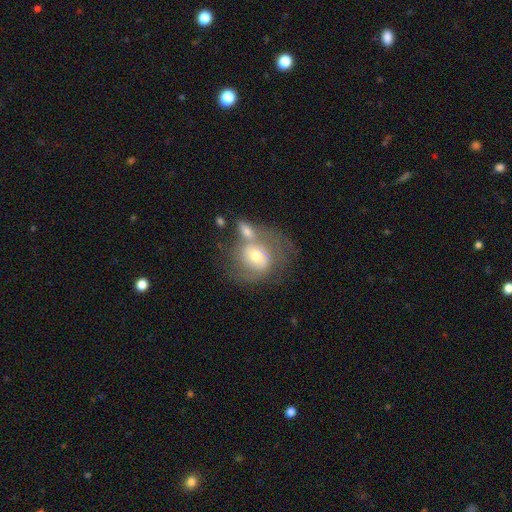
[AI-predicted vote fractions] Q: Smooth or featured?
A: featured or disk (59%); runner-up: smooth (32%)
Q: Edge-on disk?
A: no (96%); runner-up: yes (4%)
Q: Bar?
A: no (62%); runner-up: weak (29%)
Q: Spiral arms?
A: yes (68%); runner-up: no (32%)
Q: Bulge size?
A: moderate (61%); runner-up: small (29%)
Q: Merging?
A: merger (43%); runner-up: none (32%)